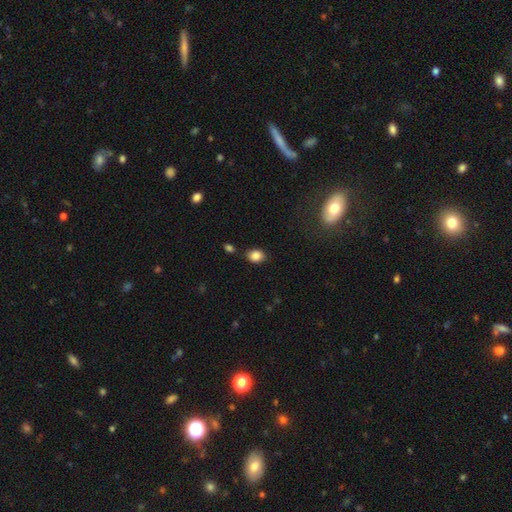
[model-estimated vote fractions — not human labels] A smooth galaxy with no disk features (85%) that is in between round and cigar-shaped (58%).

Vote fractions:
- Smooth or featured? smooth: 85% / star or artifact: 10% / featured or disk: 5%
- How rounded? in between: 58% / round: 40% / cigar-shaped: 1%
- Merging? none: 79% / minor disturbance: 14% / merger: 5% / major disturbance: 3%